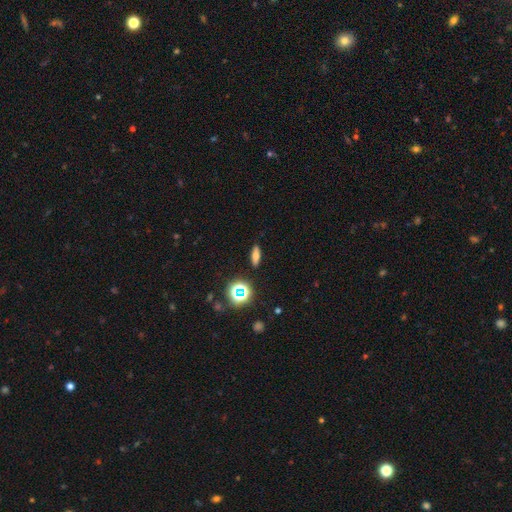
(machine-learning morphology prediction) Smooth or featured? smooth (60%)
How rounded? in between (53%)
Merging? none (89%)